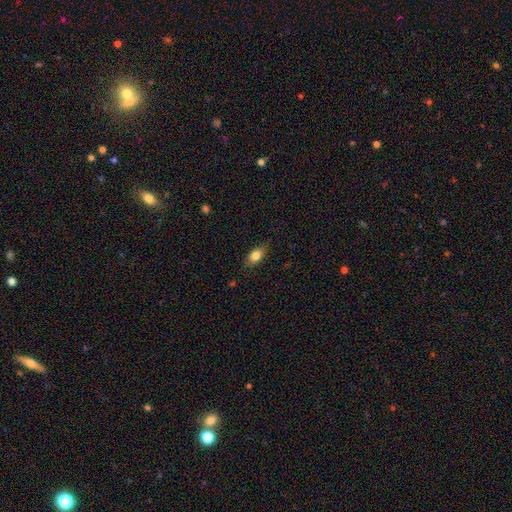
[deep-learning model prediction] This appears to be a smooth galaxy with no disk features (76%) that is in between round and cigar-shaped (82%). Merging: none (80%).